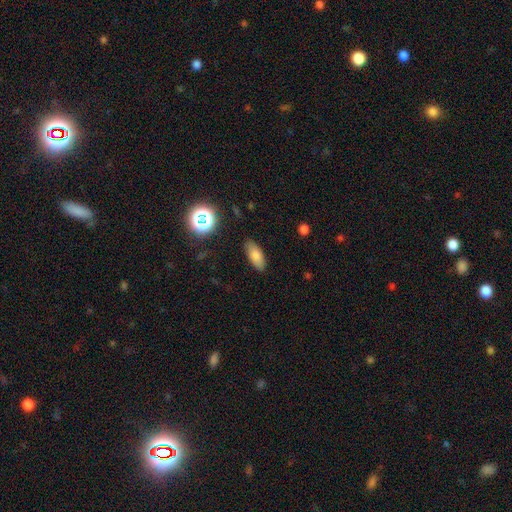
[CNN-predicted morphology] Smooth or featured?
  - smooth: 78% *
  - featured or disk: 11%
  - star or artifact: 11%
How rounded?
  - in between: 83% *
  - cigar-shaped: 14%
  - round: 3%
Merging?
  - none: 86% *
  - minor disturbance: 10%
  - major disturbance: 3%
  - merger: 1%